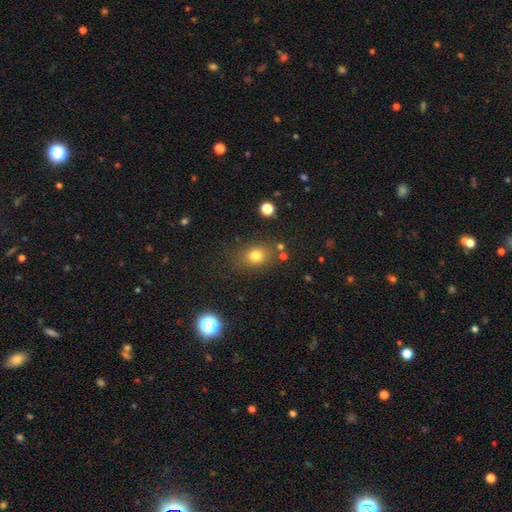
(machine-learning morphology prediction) smooth_or_featured: smooth (p=0.76) [alt: star or artifact p=0.15]
how_rounded: in between (p=0.49) [tied with: round p=0.49]
merging: none (p=0.76) [alt: minor disturbance p=0.13]